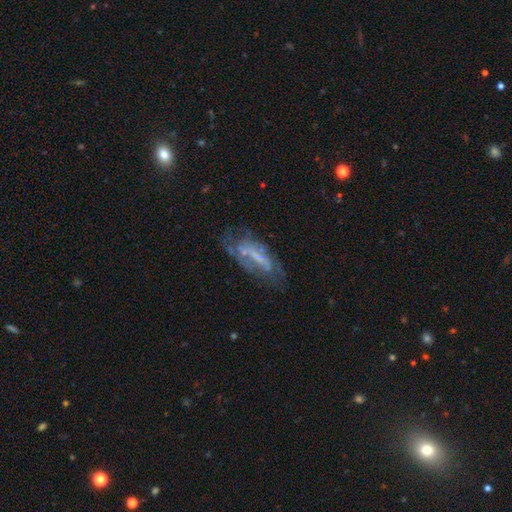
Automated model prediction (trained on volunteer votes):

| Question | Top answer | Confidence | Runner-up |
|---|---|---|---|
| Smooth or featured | featured or disk | 64% | smooth (25%) |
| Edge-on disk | no | 81% | yes (19%) |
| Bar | strong | 37% | weak (34%) |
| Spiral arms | yes | 53% | no (47%) |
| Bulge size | none | 42% | small (34%) |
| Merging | none | 52% | minor disturbance (24%) |